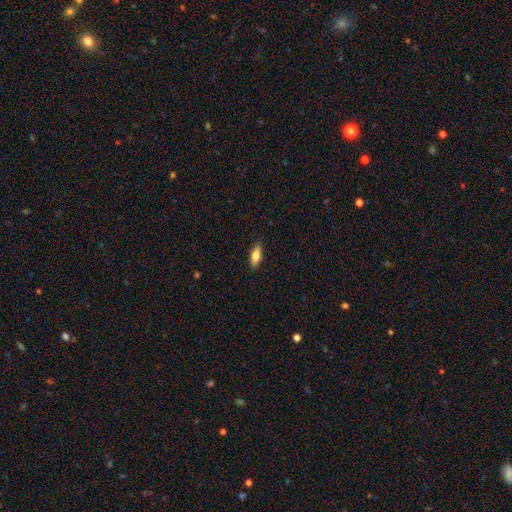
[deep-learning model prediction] smooth_or_featured: smooth (p=0.78) [alt: featured or disk p=0.15]
how_rounded: in between (p=0.74) [alt: cigar-shaped p=0.24]
merging: none (p=0.88) [alt: minor disturbance p=0.09]